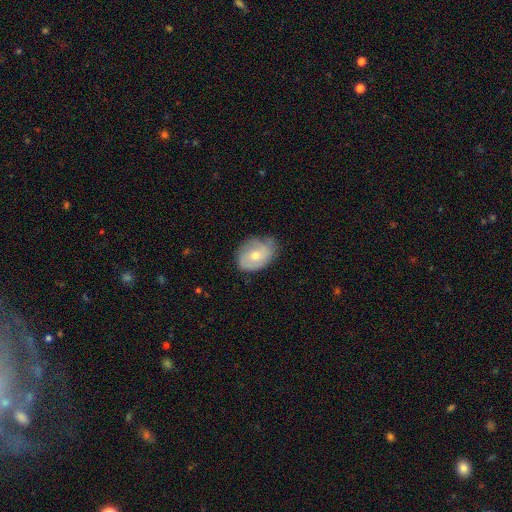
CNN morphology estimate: A smooth galaxy with no disk features (47%).

Vote fractions:
- Smooth or featured? smooth: 47% / featured or disk: 46% / star or artifact: 7%
- Merging? none: 60% / minor disturbance: 31% / major disturbance: 8% / merger: 1%